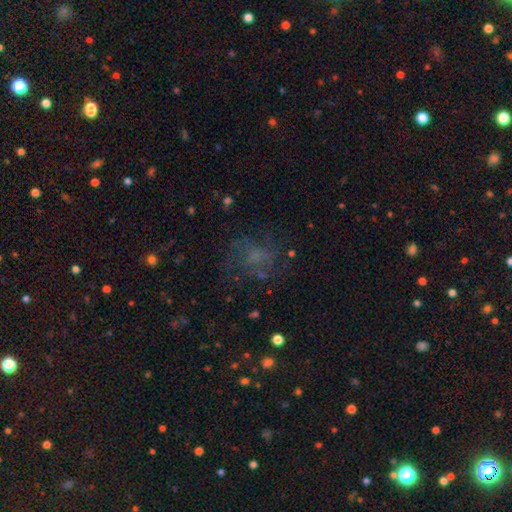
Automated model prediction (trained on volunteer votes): Morphology: type=smooth (38%); merging=none (60%).